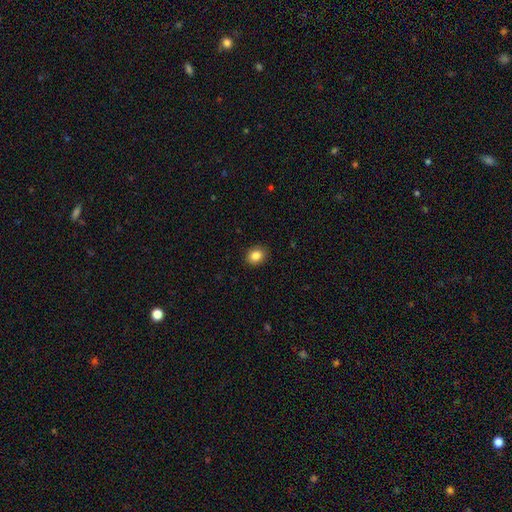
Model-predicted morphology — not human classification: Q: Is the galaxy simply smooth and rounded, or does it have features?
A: smooth — 86%.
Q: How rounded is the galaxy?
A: round — 51%.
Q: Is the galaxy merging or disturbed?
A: none — 90%.